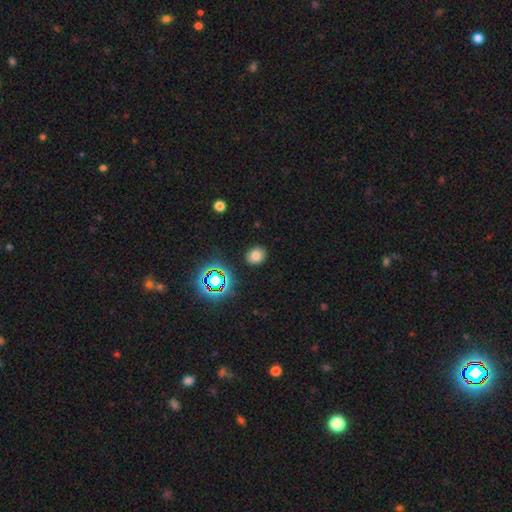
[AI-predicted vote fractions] Smooth or featured: smooth — 74% (star or artifact — 19%)
How rounded: round — 69% (in between — 30%)
Merging: none — 88% (minor disturbance — 8%)